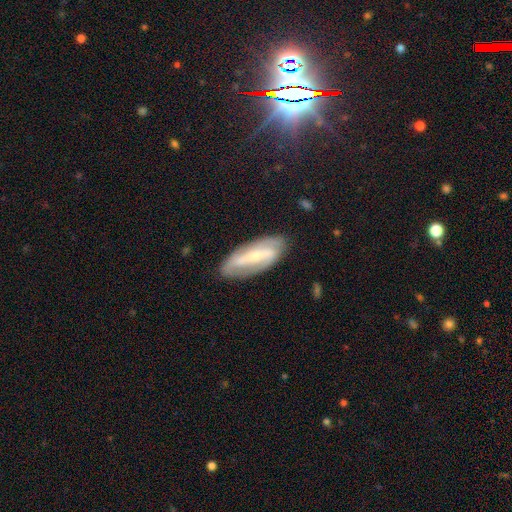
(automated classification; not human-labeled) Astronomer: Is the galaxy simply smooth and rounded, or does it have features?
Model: featured or disk — 68%.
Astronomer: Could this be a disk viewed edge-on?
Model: no — 86%.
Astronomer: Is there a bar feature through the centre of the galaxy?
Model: strong — 53% (runner-up: weak, 31%).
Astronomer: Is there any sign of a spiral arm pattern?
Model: yes — 80%.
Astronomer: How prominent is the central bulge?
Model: small — 57% (runner-up: moderate, 32%).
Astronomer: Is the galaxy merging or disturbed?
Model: none — 80%.